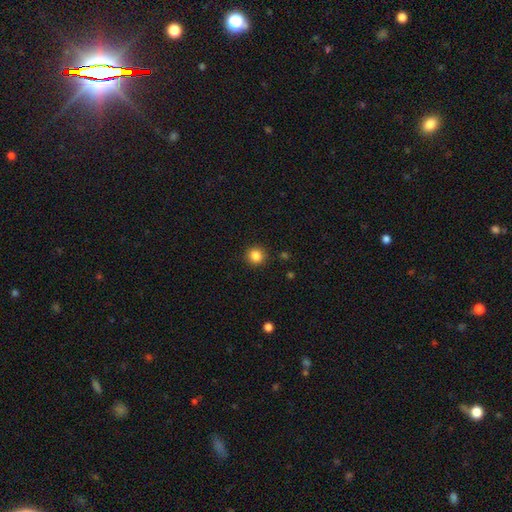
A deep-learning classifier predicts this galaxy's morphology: A smooth galaxy with no disk features (85%) that is round (93%).

Vote fractions:
- Smooth or featured? smooth: 85% / star or artifact: 11% / featured or disk: 4%
- How rounded? round: 93% / in between: 6% / cigar-shaped: 1%
- Merging? none: 91% / minor disturbance: 6% / major disturbance: 2% / merger: 1%